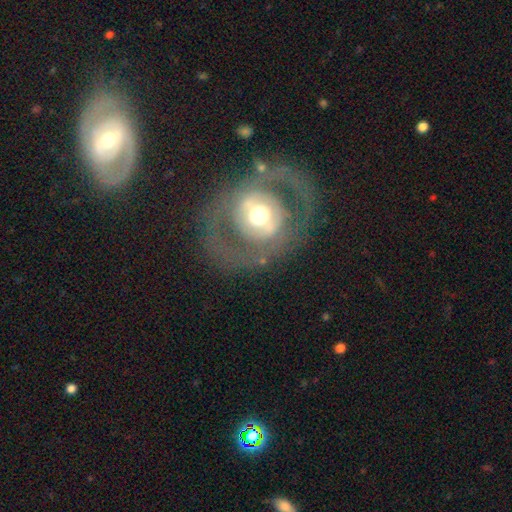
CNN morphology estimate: Smooth or featured? Predicted: featured or disk (p=0.71). Edge-on disk? Predicted: no (p=0.94). Bar? Predicted: no (p=0.52). Spiral arms? Predicted: no (p=0.55). Bulge size? Predicted: moderate (p=0.64). Merging? Predicted: none (p=0.72).